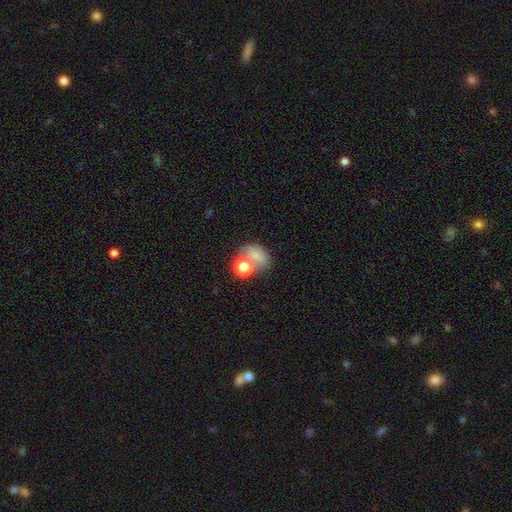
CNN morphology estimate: The model was most divided on "merging": none: 38%, merger: 37%, minor disturbance: 14%, major disturbance: 11%. More confident: smooth or featured — smooth (71%); how rounded — in between (57%).